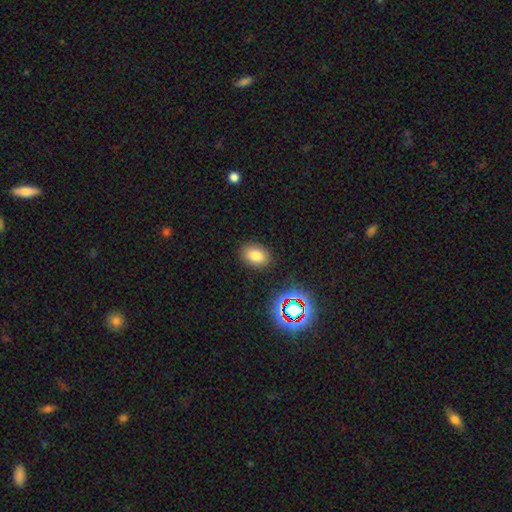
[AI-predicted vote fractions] This is likely a smooth galaxy (79%). How rounded: likely in between (78%). Merging: clearly none (87%).